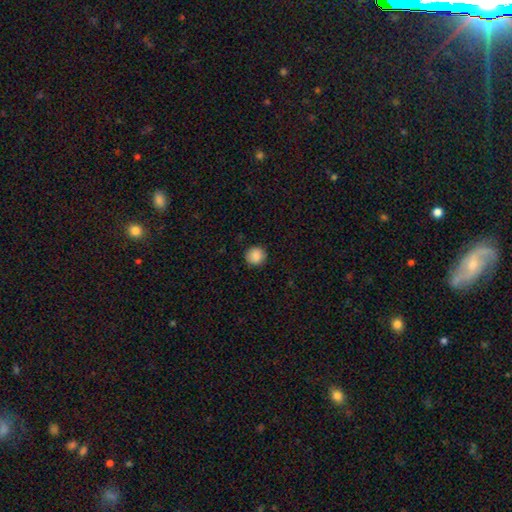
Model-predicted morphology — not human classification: Smooth or featured: smooth — 88% (star or artifact — 9%)
How rounded: round — 94% (in between — 5%)
Merging: none — 91% (minor disturbance — 6%)